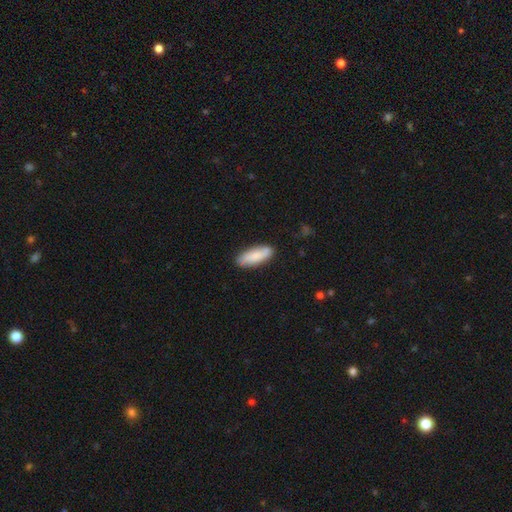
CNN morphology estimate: Overall: smooth (75%). How rounded: in between (68%; cigar-shaped 30%). Merging: none (82%).